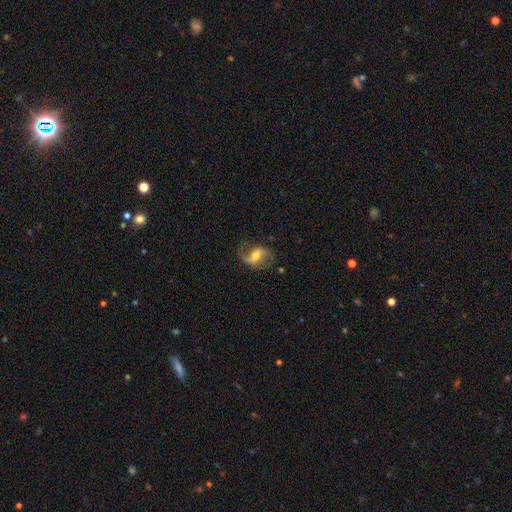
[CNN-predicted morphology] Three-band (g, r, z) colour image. It shows a featured or disk galaxy (75%) with a weak bar (44%), 2 (83%) loose (56%) spiral arms (89%) and a moderate central bulge (63%). Merging: none (68%).